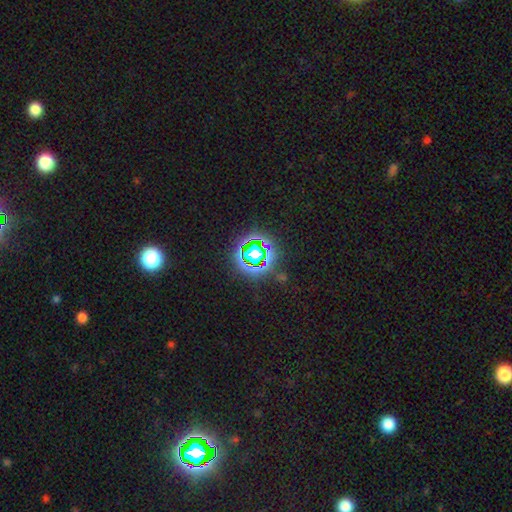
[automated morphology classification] Q: Smooth or featured?
A: star or artifact (67%); runner-up: smooth (21%)